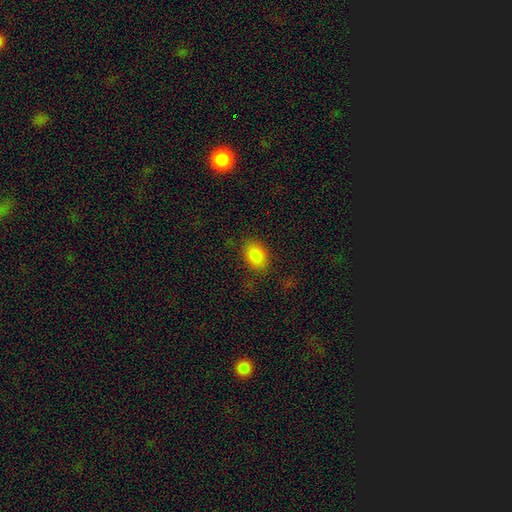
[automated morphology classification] smooth 85%, star or artifact 10%, featured or disk 5%. Down the decision tree: how rounded — in between (80%); merging — none (77%).